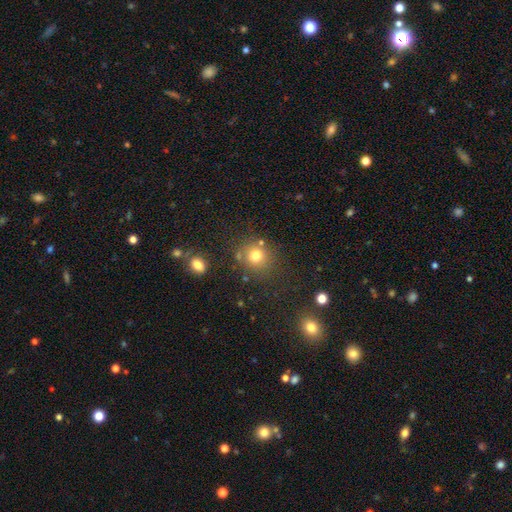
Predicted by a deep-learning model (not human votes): Morphology: type=smooth (76%); roundness=round (85%); merging=none (76%).